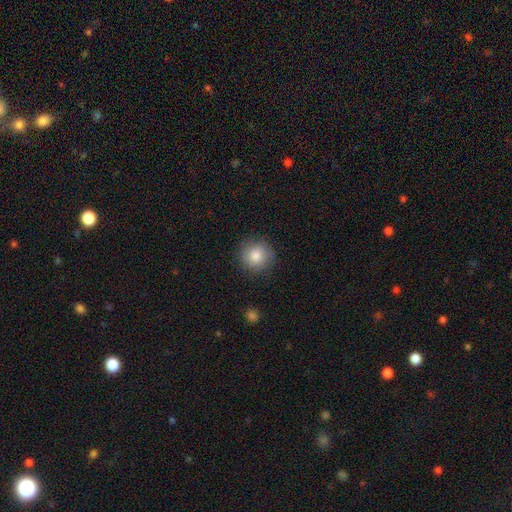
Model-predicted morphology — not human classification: Q: Smooth or featured?
A: smooth (84%); runner-up: star or artifact (9%)
Q: How rounded?
A: round (93%); runner-up: in between (6%)
Q: Merging?
A: none (88%); runner-up: minor disturbance (9%)